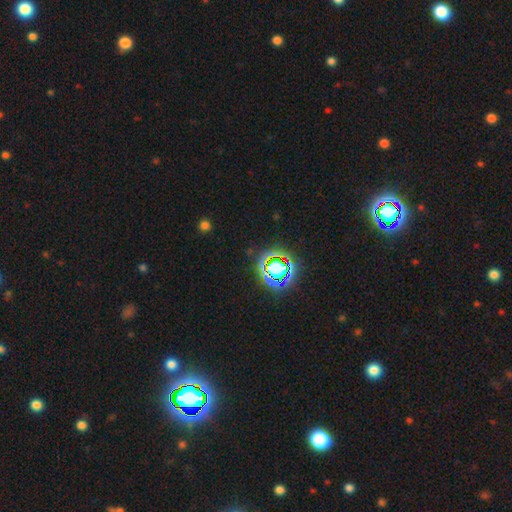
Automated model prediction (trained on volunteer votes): This appears to be a star or artifact, not a galaxy (79%).